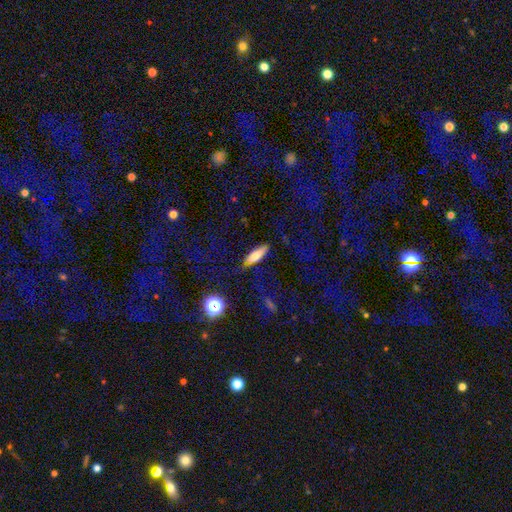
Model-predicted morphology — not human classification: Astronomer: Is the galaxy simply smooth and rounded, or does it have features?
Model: smooth — 69%.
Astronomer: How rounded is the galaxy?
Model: cigar-shaped — 50% (runner-up: in between, 46%).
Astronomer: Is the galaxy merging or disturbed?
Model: none — 75%.